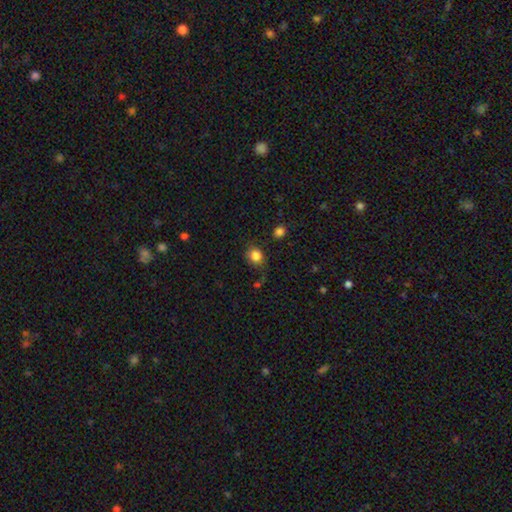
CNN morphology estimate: Smooth or featured? Predicted: smooth (p=0.84). How rounded? Predicted: round (p=0.65). Merging? Predicted: none (p=0.73).